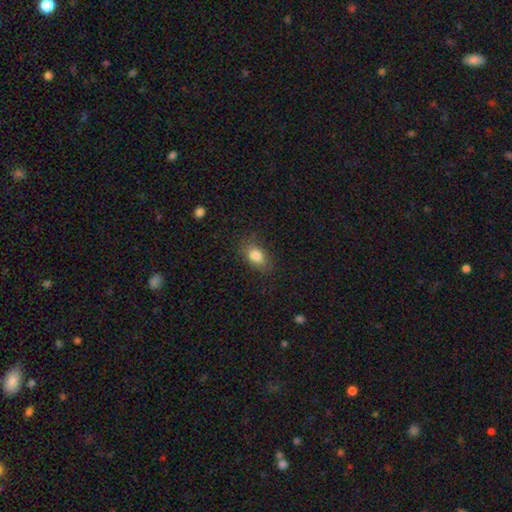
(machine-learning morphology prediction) smooth 82%, featured or disk 9%, star or artifact 9%. Down the decision tree: how rounded — in between (82%); merging — none (82%).